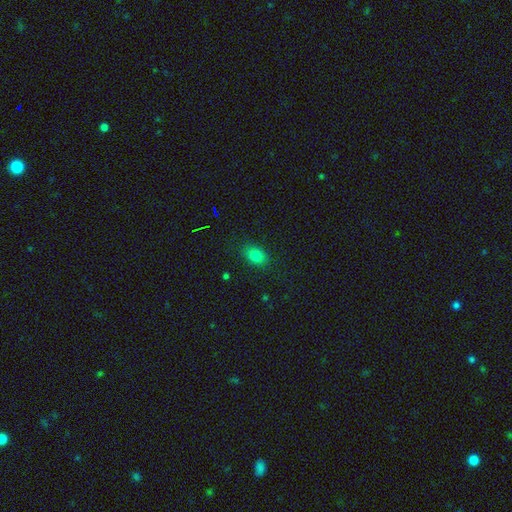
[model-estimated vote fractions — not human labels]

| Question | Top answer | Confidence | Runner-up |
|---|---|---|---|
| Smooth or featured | smooth | 80% | star or artifact (13%) |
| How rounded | in between | 78% | round (20%) |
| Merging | none | 85% | minor disturbance (11%) |